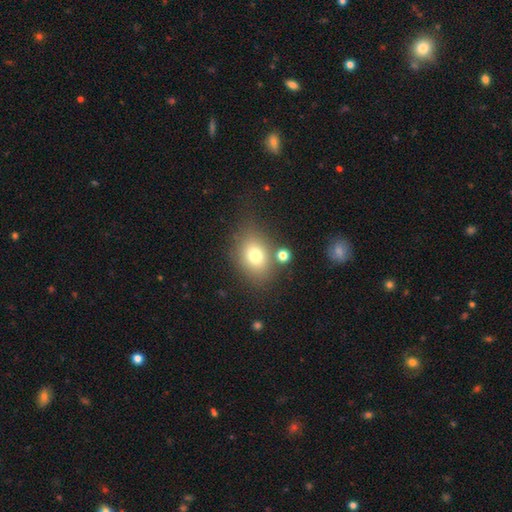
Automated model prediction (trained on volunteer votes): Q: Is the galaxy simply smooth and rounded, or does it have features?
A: smooth — 74%.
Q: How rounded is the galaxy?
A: in between — 63%.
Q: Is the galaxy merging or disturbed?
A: none — 68%.